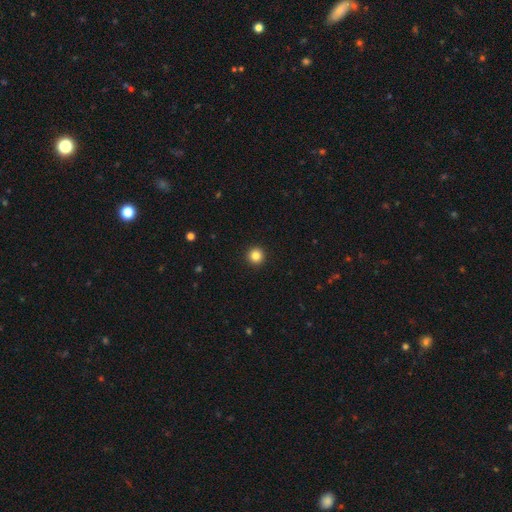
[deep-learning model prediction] smooth-or-featured: smooth: 84% | star or artifact: 12% | featured or disk: 5%
  how-rounded: round: 96% | in between: 3% | cigar-shaped: 1%
  merging: none: 94% | minor disturbance: 4% | major disturbance: 1% | merger: 1%